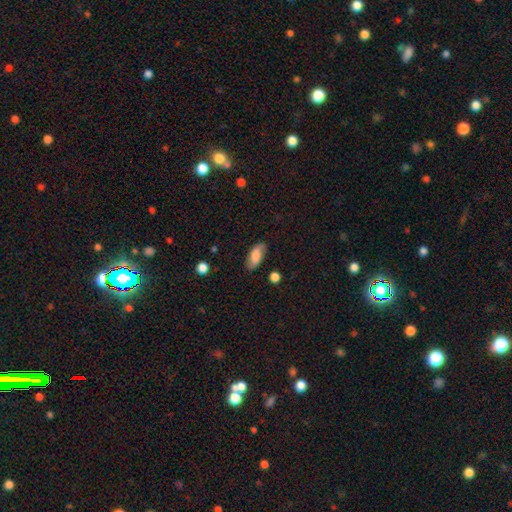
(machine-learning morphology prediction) Smooth or featured: smooth — 73% (featured or disk — 20%)
How rounded: in between — 87% (cigar-shaped — 10%)
Merging: none — 80% (minor disturbance — 15%)